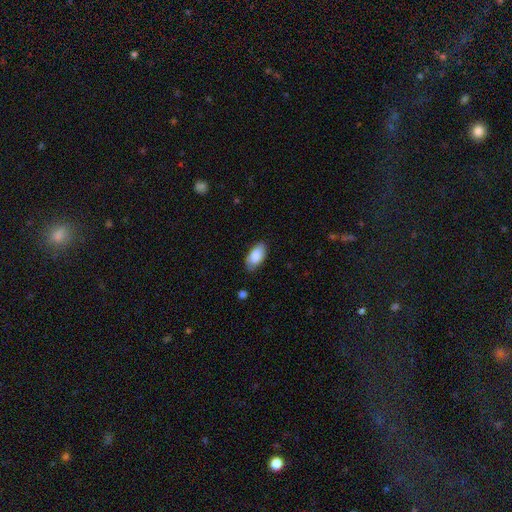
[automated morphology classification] smooth_or_featured: smooth (p=0.86) [alt: featured or disk p=0.07]
how_rounded: in between (p=0.94) [alt: cigar-shaped p=0.03]
merging: none (p=0.81) [alt: minor disturbance p=0.15]